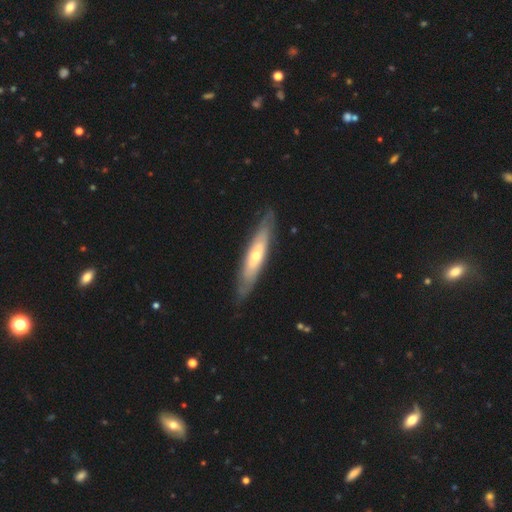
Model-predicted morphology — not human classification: Smooth or featured: featured or disk — 62% (smooth — 33%)
Edge-on disk: yes — 58% (no — 42%)
Merging: none — 83% (minor disturbance — 13%)